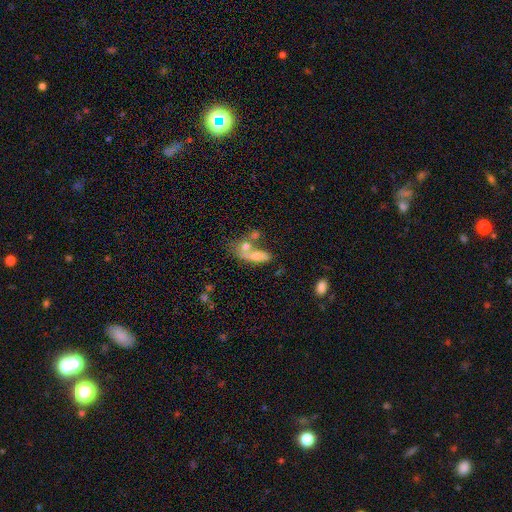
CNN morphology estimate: A smooth galaxy with no disk features (61%) that is in between round and cigar-shaped (67%). Merging: merger (53%).